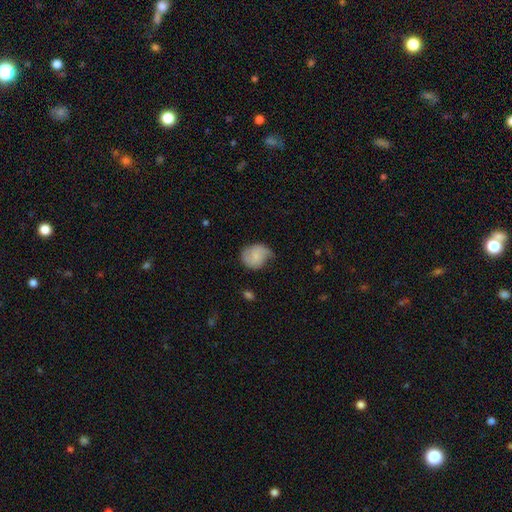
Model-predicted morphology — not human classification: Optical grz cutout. It shows a smooth galaxy with no disk features (61%) that is round (68%). Merging: none (46%).